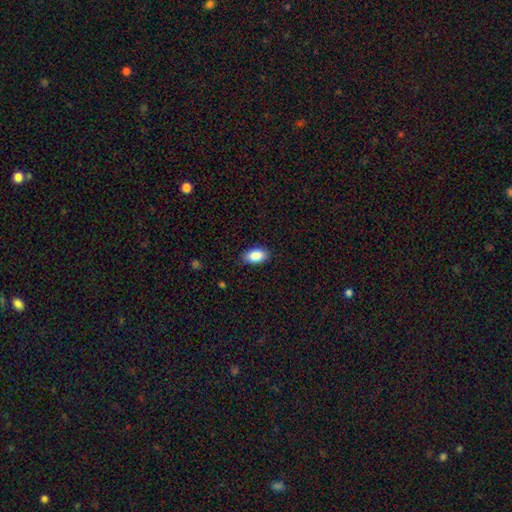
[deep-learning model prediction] The model was most divided on "merging": none: 85%, minor disturbance: 11%, major disturbance: 2%, merger: 1%. More confident: how rounded — in between (94%); smooth or featured — smooth (89%).